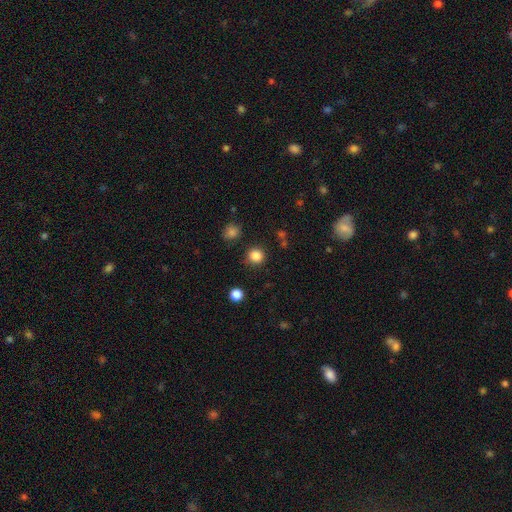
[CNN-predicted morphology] Smooth or featured? Predicted: smooth (p=0.84). How rounded? Predicted: round (p=0.92). Merging? Predicted: none (p=0.88).